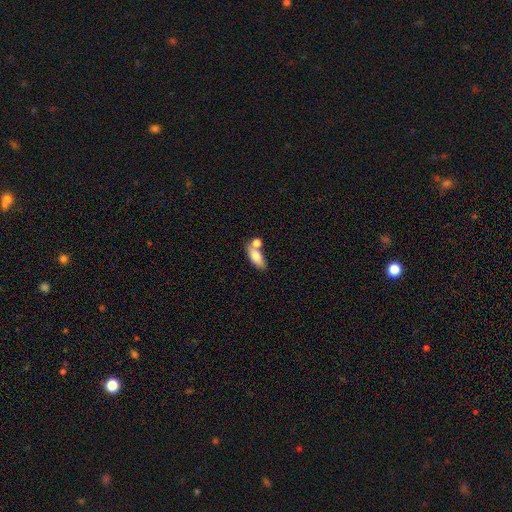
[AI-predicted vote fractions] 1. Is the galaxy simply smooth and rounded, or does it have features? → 74% smooth, 19% featured or disk, 7% star or artifact.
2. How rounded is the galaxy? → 80% in between, 15% cigar-shaped, 5% round.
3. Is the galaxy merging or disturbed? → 53% none, 30% merger, 13% minor disturbance, 5% major disturbance.